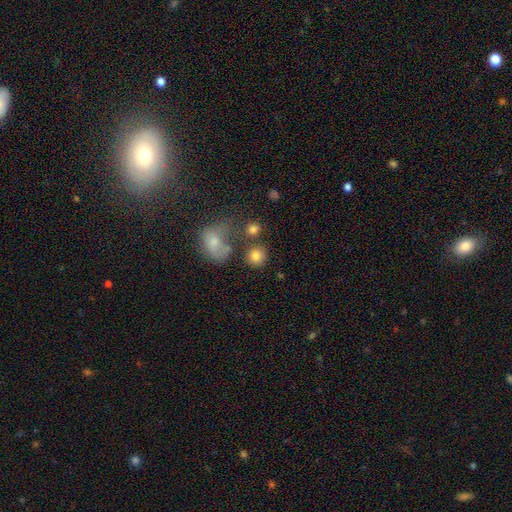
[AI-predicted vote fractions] Smooth or featured?
  - smooth: 80% *
  - star or artifact: 11%
  - featured or disk: 8%
How rounded?
  - round: 88% *
  - in between: 11%
  - cigar-shaped: 1%
Merging?
  - none: 70% *
  - merger: 15%
  - minor disturbance: 10%
  - major disturbance: 5%